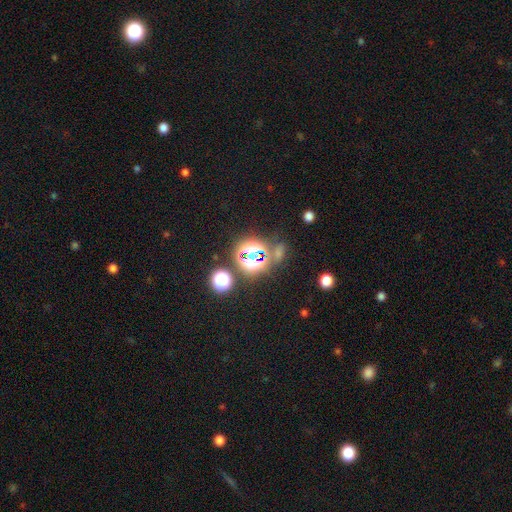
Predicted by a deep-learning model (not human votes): A star or artifact, not a galaxy (72%).